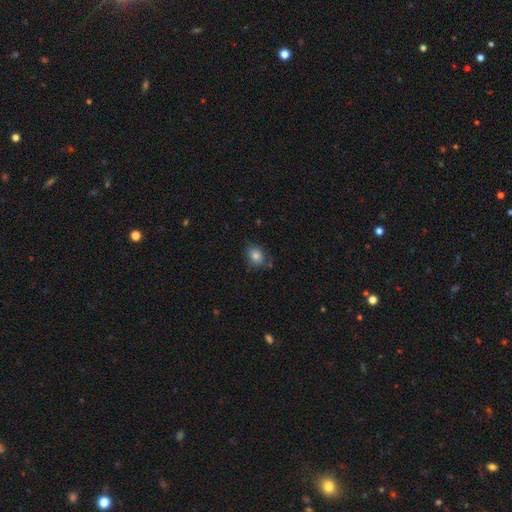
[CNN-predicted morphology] type=smooth (83%); roundness=in between (59%); merging=none (73%).